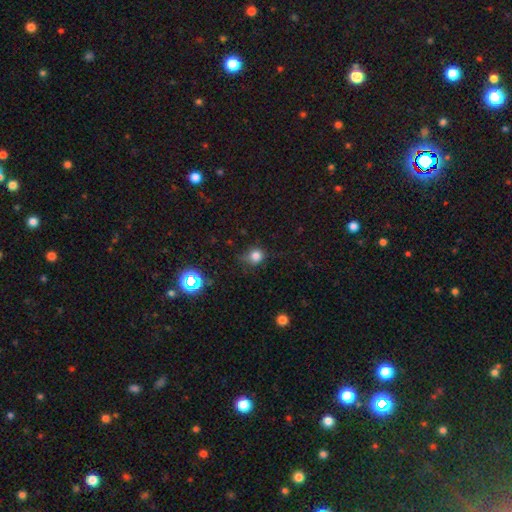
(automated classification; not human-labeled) Smooth or featured?
  - smooth: 78% *
  - star or artifact: 16%
  - featured or disk: 7%
How rounded?
  - round: 86% *
  - in between: 13%
  - cigar-shaped: 1%
Merging?
  - none: 67% *
  - minor disturbance: 23%
  - major disturbance: 8%
  - merger: 2%